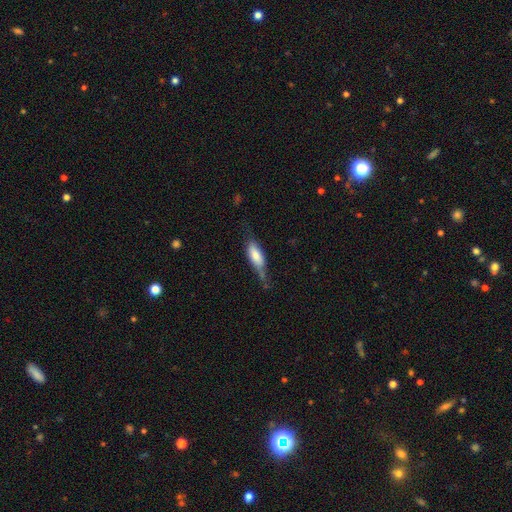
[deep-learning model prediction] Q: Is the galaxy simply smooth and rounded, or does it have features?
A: smooth — 65%.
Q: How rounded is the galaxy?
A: in between — 64%.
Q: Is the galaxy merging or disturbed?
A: none — 44%.